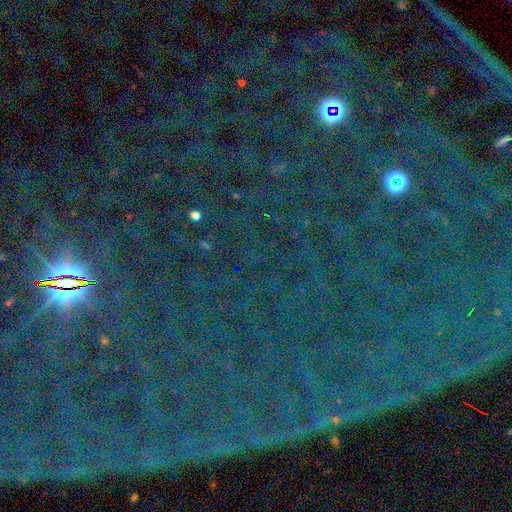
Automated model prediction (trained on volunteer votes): smooth-or-featured: star or artifact: 84% | smooth: 9% | featured or disk: 7%